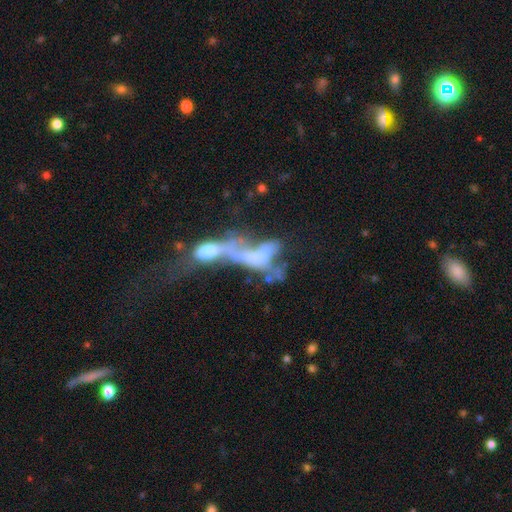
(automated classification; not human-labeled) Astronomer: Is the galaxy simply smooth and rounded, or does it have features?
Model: featured or disk — 54% (runner-up: smooth, 31%).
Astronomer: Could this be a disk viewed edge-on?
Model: no — 86%.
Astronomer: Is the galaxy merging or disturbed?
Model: merger — 66%.